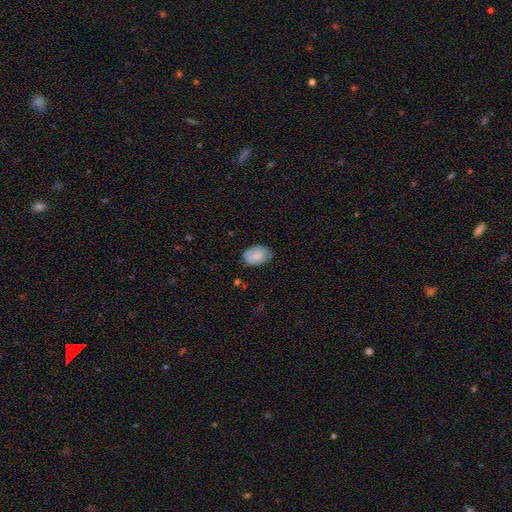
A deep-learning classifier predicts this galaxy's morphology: A smooth galaxy with no disk features (76%) that is in between round and cigar-shaped (82%). Merging: none (66%).